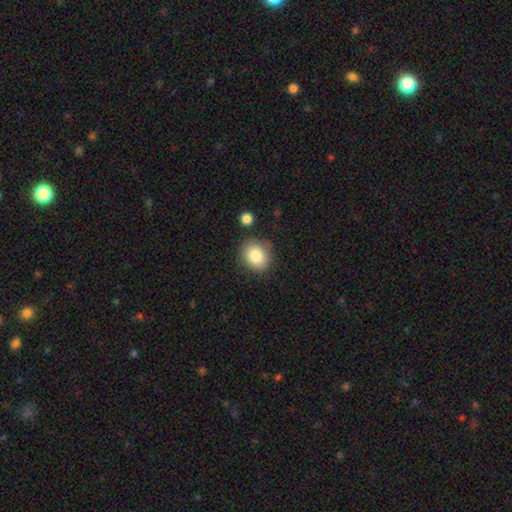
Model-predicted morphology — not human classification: Smooth or featured: smooth — 84% (star or artifact — 9%)
How rounded: round — 68% (in between — 31%)
Merging: none — 82% (minor disturbance — 11%)